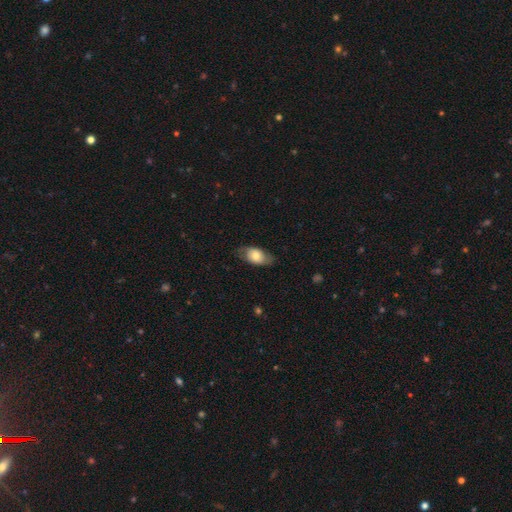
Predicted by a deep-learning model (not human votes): Morphology: type=smooth (61%); roundness=in between (88%); merging=none (71%).